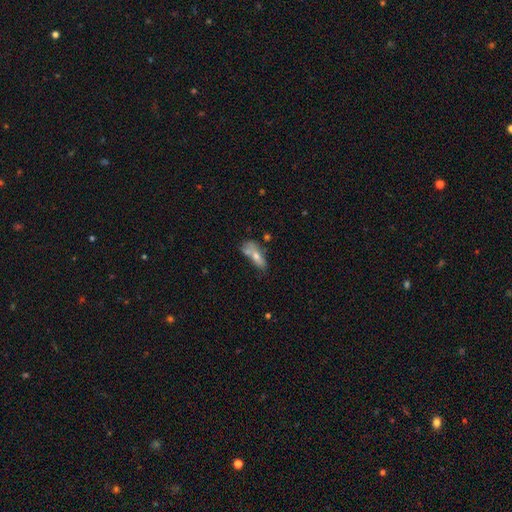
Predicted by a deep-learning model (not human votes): This is possibly a smooth galaxy (54%). How rounded: possibly in between (58%). Merging: marginally none (37%).